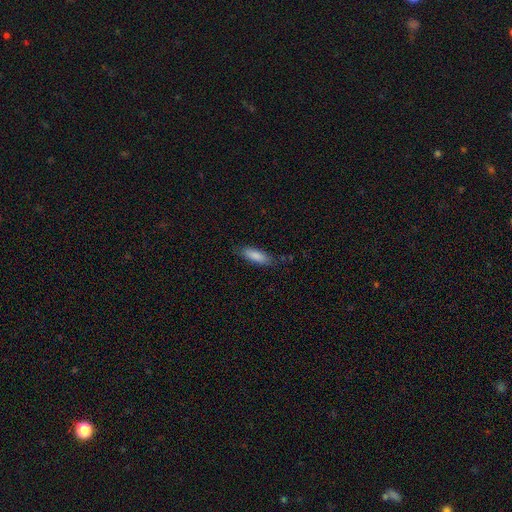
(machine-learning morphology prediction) type=smooth (85%); roundness=in between (61%); merging=none (78%).